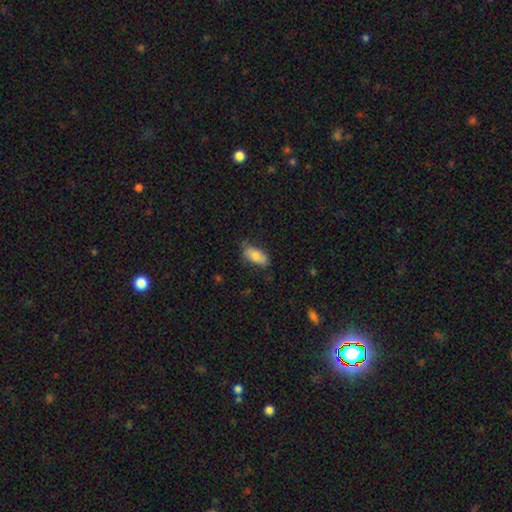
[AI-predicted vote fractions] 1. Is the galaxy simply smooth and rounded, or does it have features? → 76% smooth, 17% featured or disk, 7% star or artifact.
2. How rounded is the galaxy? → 89% in between, 8% cigar-shaped, 3% round.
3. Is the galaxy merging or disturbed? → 69% none, 23% minor disturbance, 6% major disturbance, 2% merger.